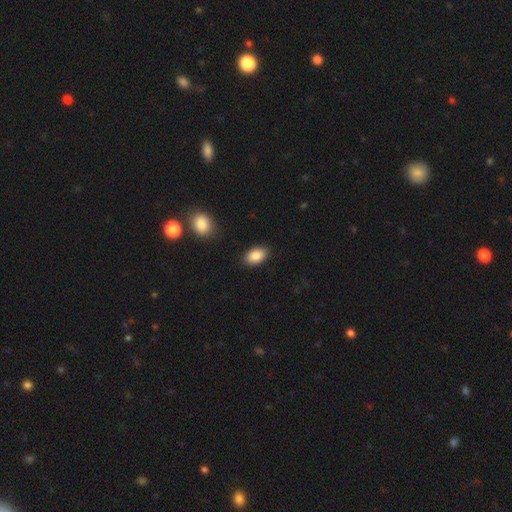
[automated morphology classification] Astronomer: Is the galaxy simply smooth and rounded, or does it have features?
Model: smooth — 87%.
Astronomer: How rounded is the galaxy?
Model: in between — 92%.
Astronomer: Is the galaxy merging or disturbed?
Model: none — 88%.